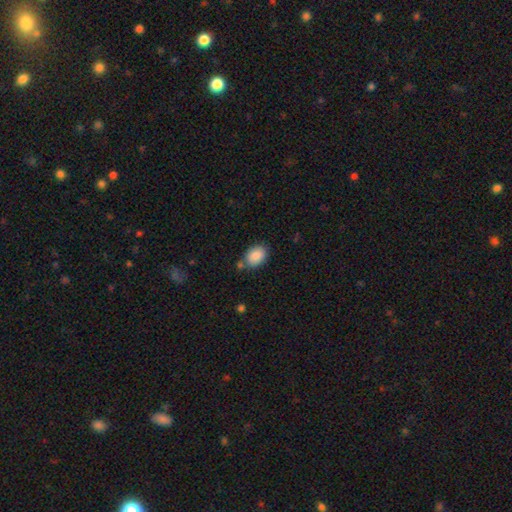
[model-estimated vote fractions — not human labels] smooth 88%, star or artifact 7%, featured or disk 5%. Down the decision tree: how rounded — in between (82%); merging — none (69%).